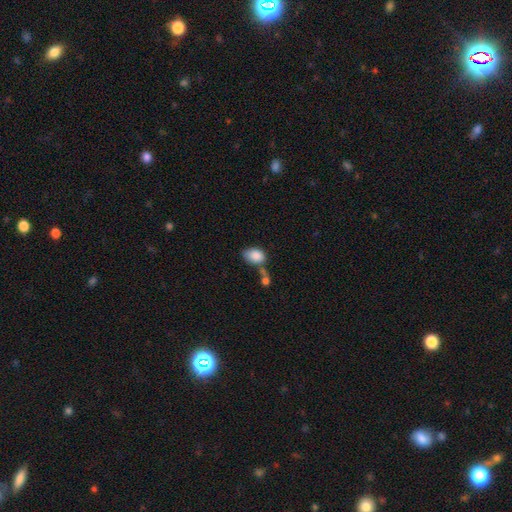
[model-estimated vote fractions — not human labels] smooth-or-featured: smooth: 85% | star or artifact: 7% | featured or disk: 7%
  how-rounded: in between: 83% | round: 16% | cigar-shaped: 1%
  merging: none: 37% | merger: 29% | minor disturbance: 23% | major disturbance: 11%